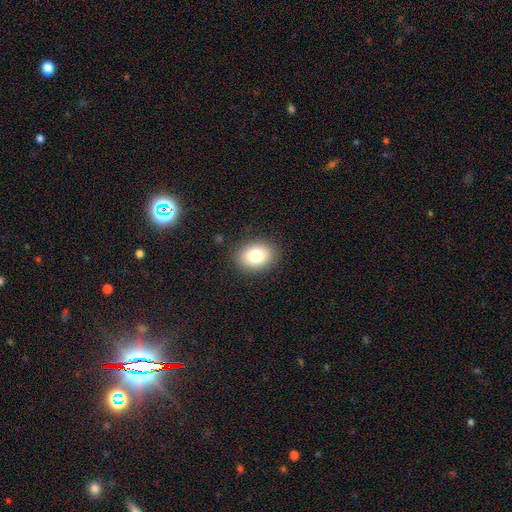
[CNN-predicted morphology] This appears to be a smooth galaxy with no disk features (81%) that is in between round and cigar-shaped (63%). Merging: none (87%).